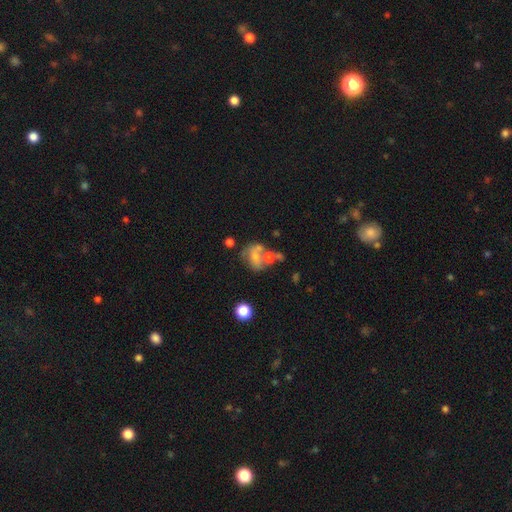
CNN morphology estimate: A smooth galaxy with no disk features (50%). Merging: merger (40%).